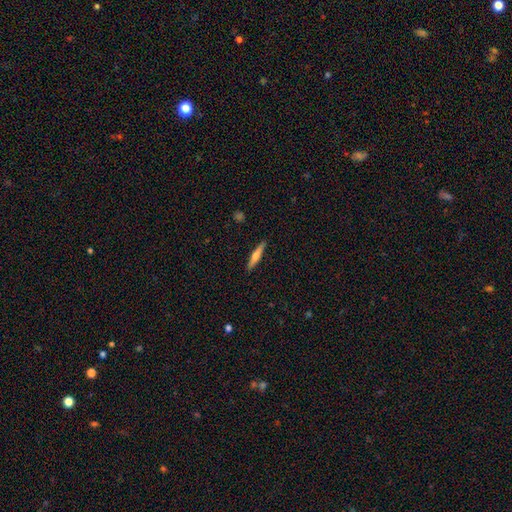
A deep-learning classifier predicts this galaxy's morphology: smooth 53%, featured or disk 41%, star or artifact 6%. Down the decision tree: how rounded — cigar-shaped (90%); merging — none (90%).